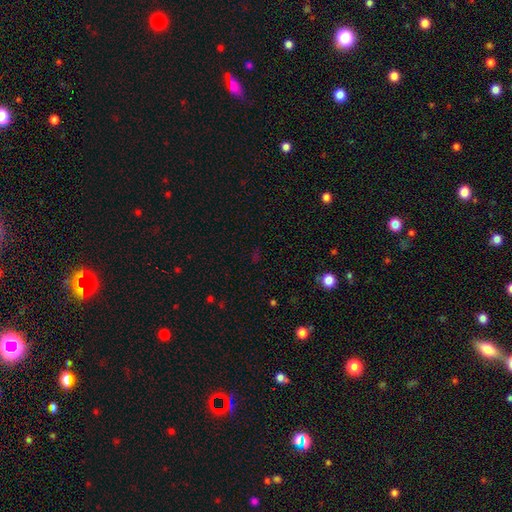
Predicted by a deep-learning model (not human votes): smooth-or-featured: star or artifact: 63% | smooth: 29% | featured or disk: 8%